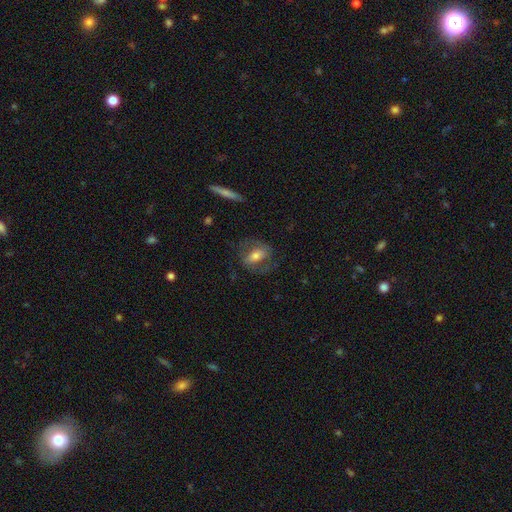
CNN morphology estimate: type=smooth (53%); roundness=in between (79%); merging=none (64%).